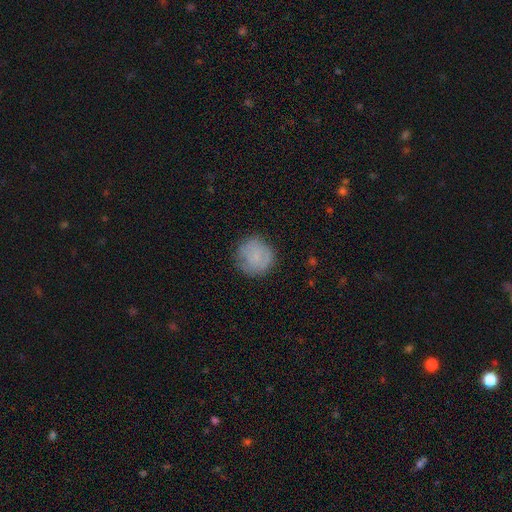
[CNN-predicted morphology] smooth-or-featured: smooth: 70% | featured or disk: 21% | star or artifact: 9%
  how-rounded: round: 92% | in between: 7% | cigar-shaped: 1%
  merging: none: 76% | minor disturbance: 17% | major disturbance: 6% | merger: 1%